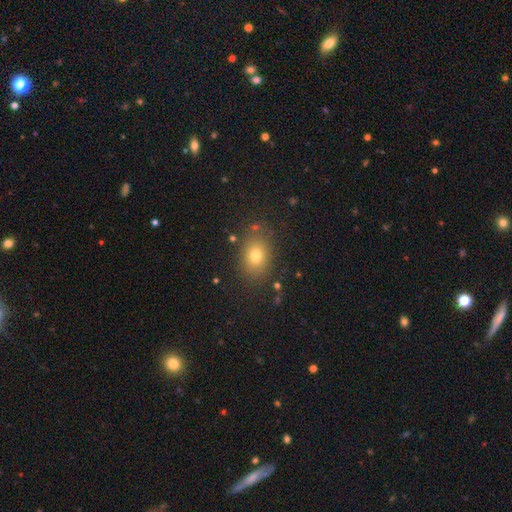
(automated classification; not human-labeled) smooth 74%, star or artifact 14%, featured or disk 12%. Down the decision tree: how rounded — in between (69%); merging — none (82%).